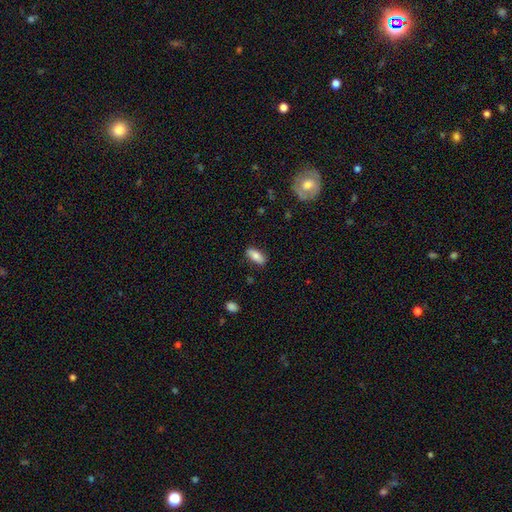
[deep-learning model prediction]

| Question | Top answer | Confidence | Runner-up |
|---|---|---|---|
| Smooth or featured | smooth | 79% | featured or disk (14%) |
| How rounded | in between | 82% | cigar-shaped (15%) |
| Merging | none | 84% | minor disturbance (12%) |